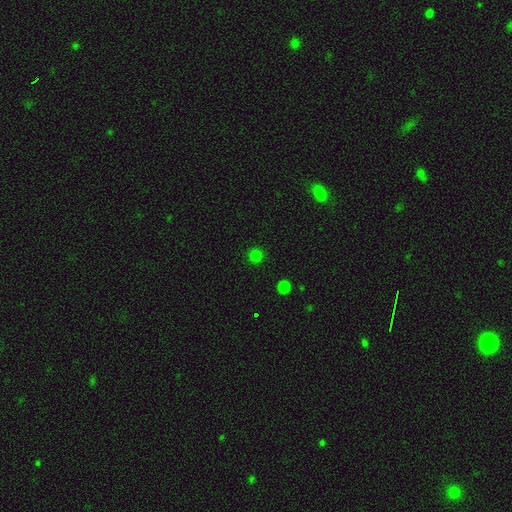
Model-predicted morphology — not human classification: type=smooth (77%); roundness=round (95%); merging=none (92%).